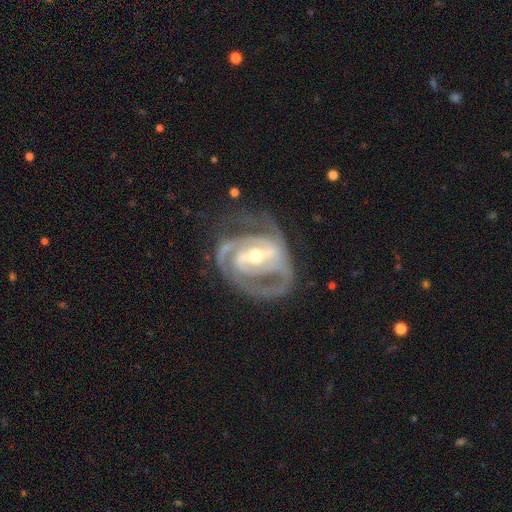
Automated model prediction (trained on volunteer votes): Smooth or featured? featured or disk (91%)
Edge-on disk? no (97%)
Bar? strong (52%)
Spiral arms? yes (95%)
Spiral winding? tight (45%)
Spiral arm count? 2 (51%)
Bulge size? small (48%)
Merging? none (55%)